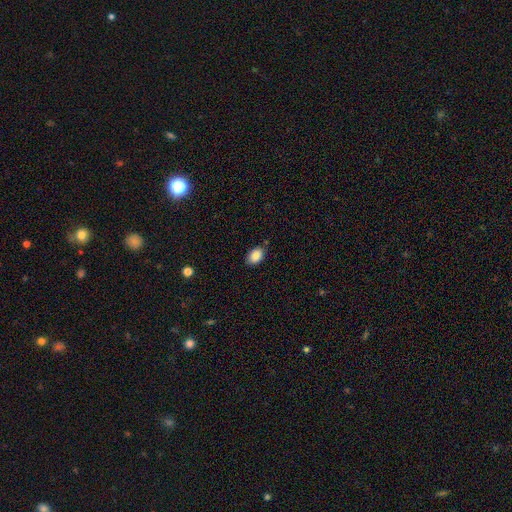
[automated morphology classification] Smooth or featured? Predicted: smooth (p=0.88). How rounded? Predicted: in between (p=0.84). Merging? Predicted: none (p=0.84).